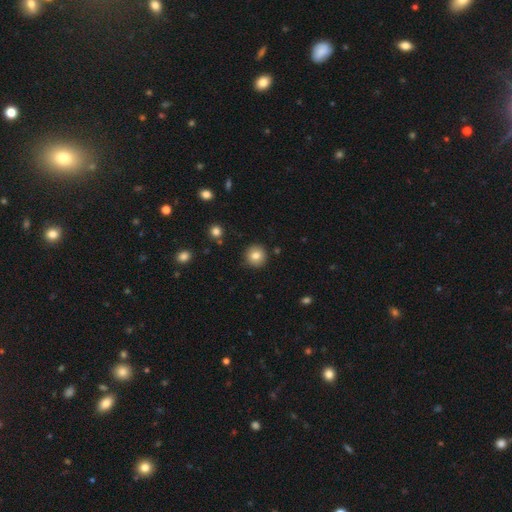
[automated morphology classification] The model was most divided on "smooth or featured": smooth: 82%, star or artifact: 10%, featured or disk: 9%. More confident: how rounded — round (92%); merging — none (90%).